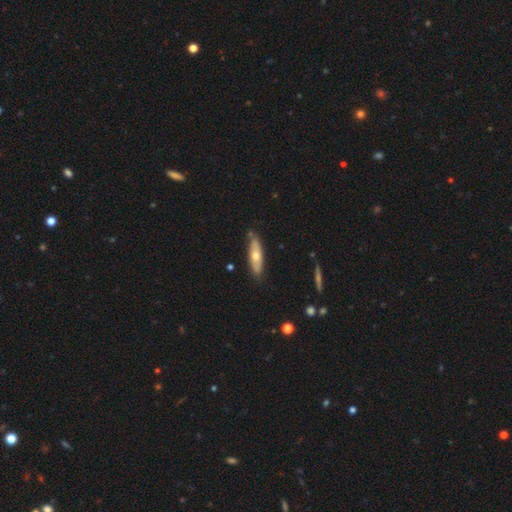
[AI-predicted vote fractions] A featured or disk galaxy (47%).

Vote fractions:
- Smooth or featured? featured or disk: 47% / smooth: 45% / star or artifact: 8%
- Merging? none: 79% / minor disturbance: 17% / major disturbance: 3% / merger: 2%